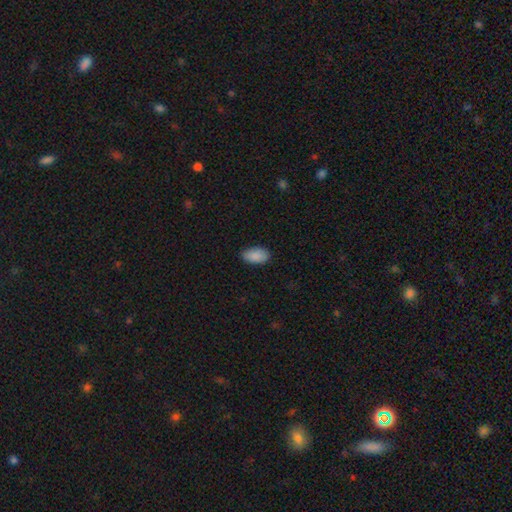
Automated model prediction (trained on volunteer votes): Overall: smooth (90%). How rounded: in between (94%). Merging: none (86%).